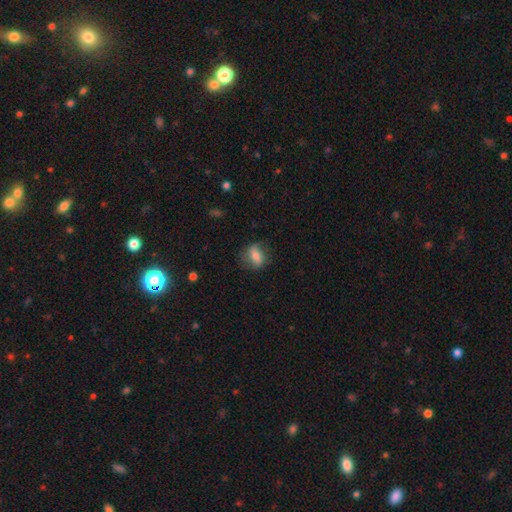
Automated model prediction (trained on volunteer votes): The model was most divided on "smooth or featured": smooth: 61%, featured or disk: 30%, star or artifact: 8%. More confident: merging — none (71%); how rounded — in between (66%).